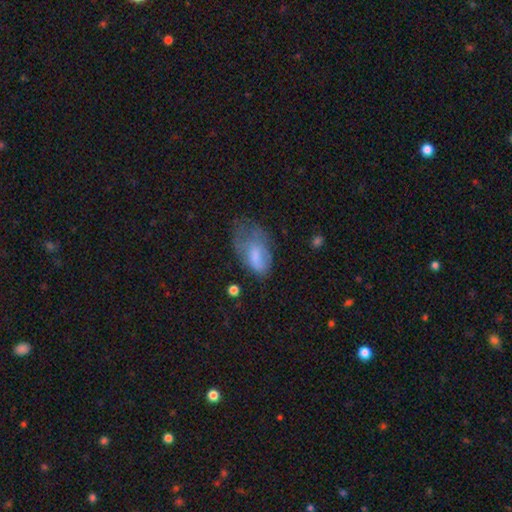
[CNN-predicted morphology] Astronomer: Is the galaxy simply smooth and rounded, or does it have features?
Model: smooth — 63%.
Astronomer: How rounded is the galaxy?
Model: in between — 90%.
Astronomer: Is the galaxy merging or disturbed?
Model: major disturbance — 38% (runner-up: minor disturbance, 32%).